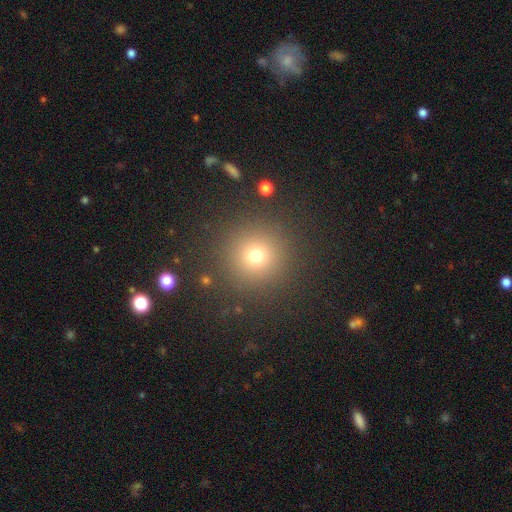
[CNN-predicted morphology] A smooth galaxy with no disk features (71%) that is round (95%).

Vote fractions:
- Smooth or featured? smooth: 71% / star or artifact: 21% / featured or disk: 8%
- How rounded? round: 95% / in between: 4% / cigar-shaped: 1%
- Merging? none: 88% / minor disturbance: 6% / major disturbance: 4% / merger: 2%